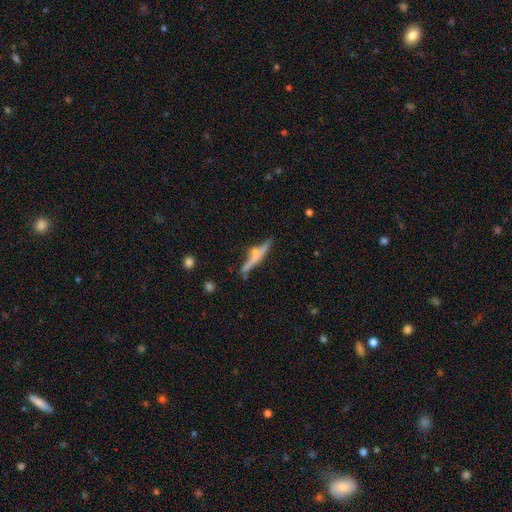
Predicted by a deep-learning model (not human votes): smooth_or_featured: featured or disk (p=0.53) [alt: smooth p=0.39]
disk_edge_on: yes (p=0.93) [alt: no p=0.07]
merging: none (p=0.63) [alt: minor disturbance p=0.17]